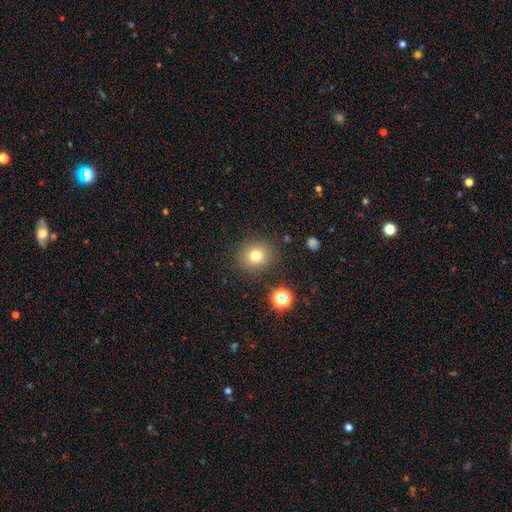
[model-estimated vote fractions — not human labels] A smooth galaxy with no disk features (77%) that is round (84%).

Vote fractions:
- Smooth or featured? smooth: 77% / star or artifact: 14% / featured or disk: 9%
- How rounded? round: 84% / in between: 15% / cigar-shaped: 1%
- Merging? none: 85% / minor disturbance: 9% / major disturbance: 3% / merger: 3%